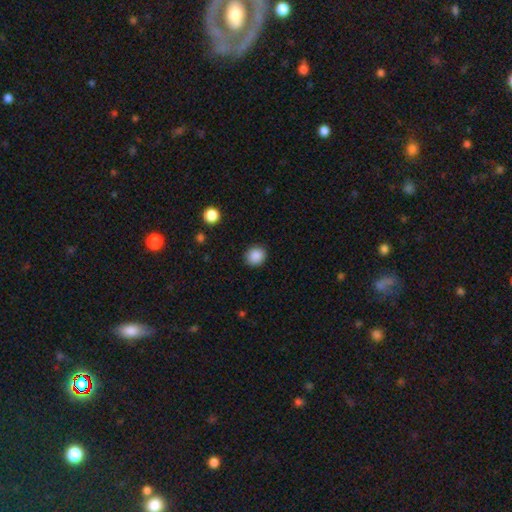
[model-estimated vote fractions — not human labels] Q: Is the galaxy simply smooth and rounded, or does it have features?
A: smooth — 88%.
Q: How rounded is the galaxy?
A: round — 80%.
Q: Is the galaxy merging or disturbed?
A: none — 90%.